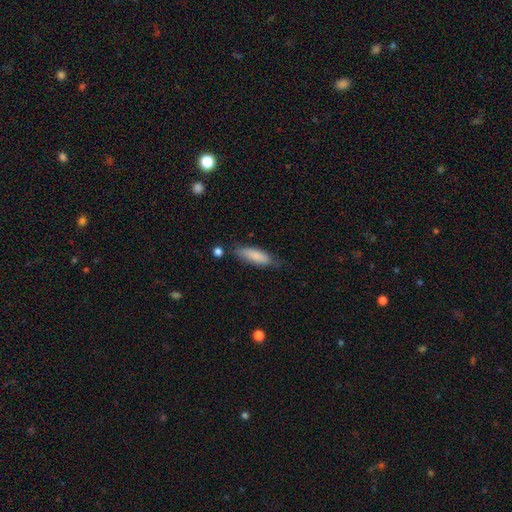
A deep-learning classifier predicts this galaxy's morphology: smooth 82%, featured or disk 12%, star or artifact 6%. Down the decision tree: how rounded — cigar-shaped (52%); merging — none (69%).